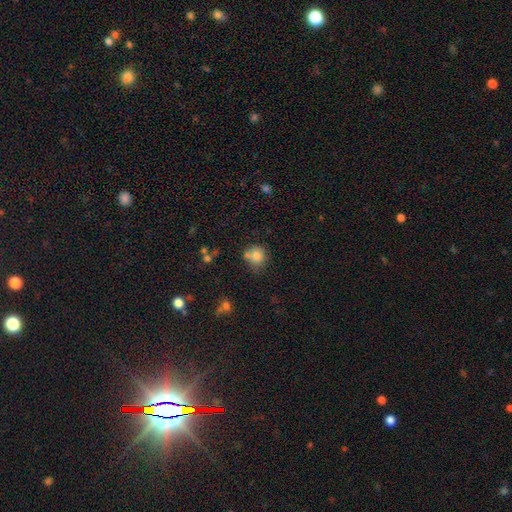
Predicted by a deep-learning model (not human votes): This is likely a smooth galaxy (79%). How rounded: clearly round (86%). Merging: possibly none (60%).